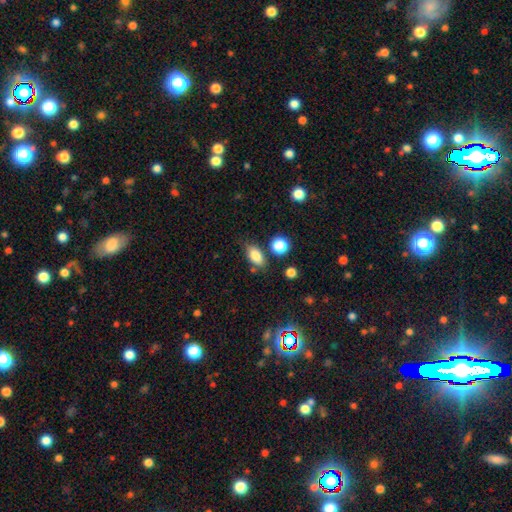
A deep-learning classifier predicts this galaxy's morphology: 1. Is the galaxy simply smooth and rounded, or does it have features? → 82% smooth, 10% star or artifact, 8% featured or disk.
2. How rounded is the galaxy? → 84% in between, 9% round, 7% cigar-shaped.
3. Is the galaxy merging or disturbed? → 74% none, 15% minor disturbance, 7% merger, 4% major disturbance.